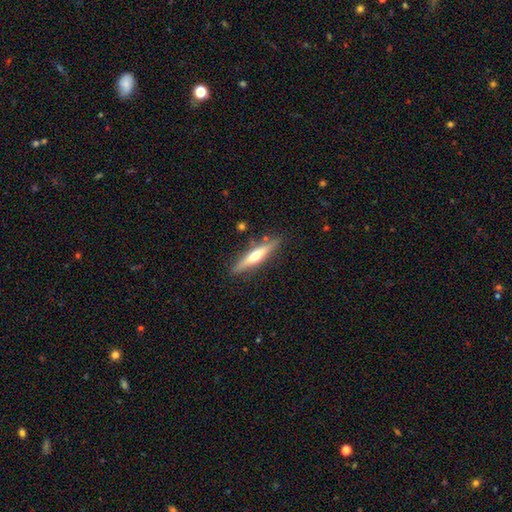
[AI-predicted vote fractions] Q: Smooth or featured?
A: featured or disk (55%); runner-up: smooth (39%)
Q: Edge-on disk?
A: yes (95%); runner-up: no (5%)
Q: Edge-on bulge?
A: rounded (82%); runner-up: none (11%)
Q: Merging?
A: none (86%); runner-up: minor disturbance (10%)